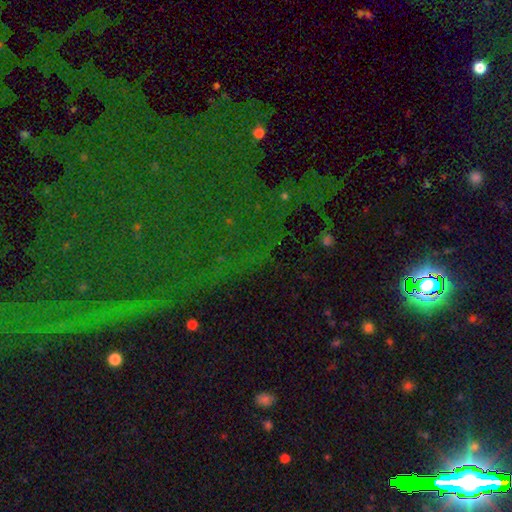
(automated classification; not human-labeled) Q: Smooth or featured?
A: star or artifact (81%); runner-up: smooth (10%)